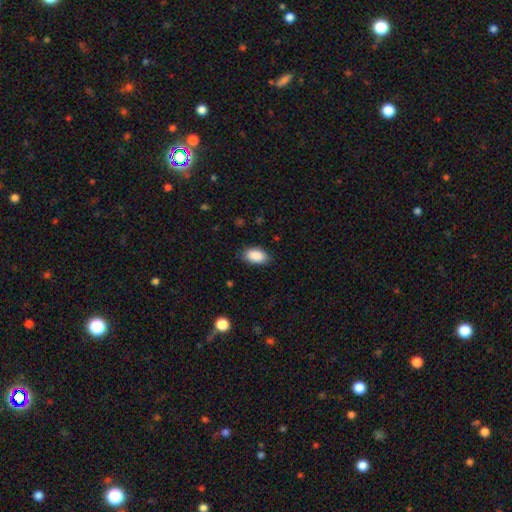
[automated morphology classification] A smooth galaxy with no disk features (90%) that is in between round and cigar-shaped (93%).

Vote fractions:
- Smooth or featured? smooth: 90% / star or artifact: 7% / featured or disk: 3%
- How rounded? in between: 93% / round: 5% / cigar-shaped: 2%
- Merging? none: 84% / minor disturbance: 13% / major disturbance: 3% / merger: 1%